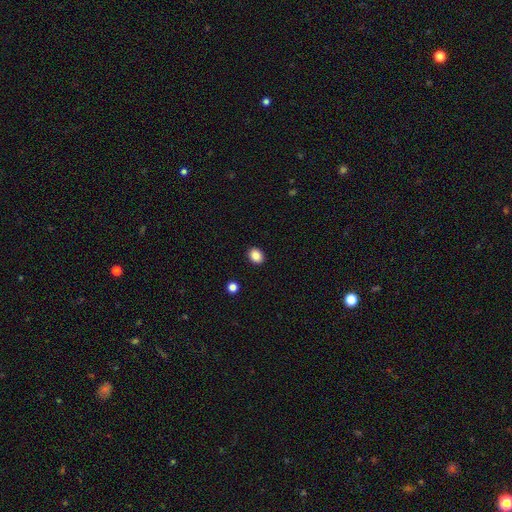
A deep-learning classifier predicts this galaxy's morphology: This appears to be a smooth galaxy with no disk features (87%) that is in between round and cigar-shaped (58%). Merging: none (90%).